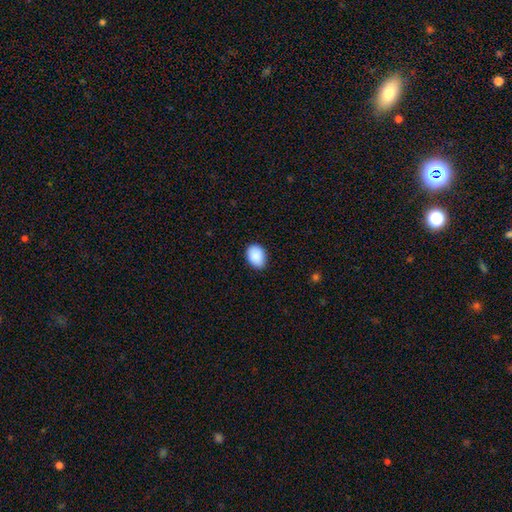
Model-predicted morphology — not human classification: smooth_or_featured: smooth (p=0.90) [alt: star or artifact p=0.07]
how_rounded: in between (p=0.78) [alt: round p=0.21]
merging: none (p=0.83) [alt: minor disturbance p=0.14]